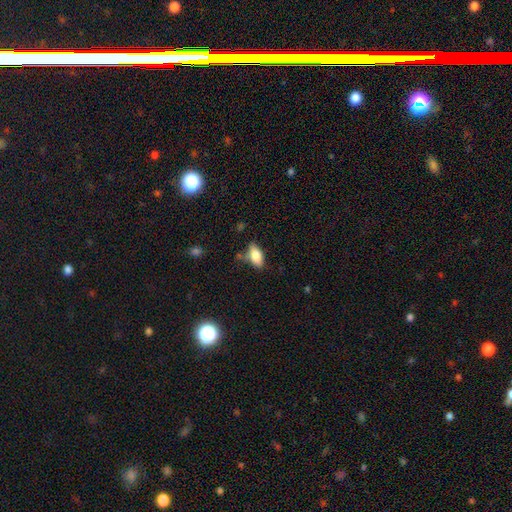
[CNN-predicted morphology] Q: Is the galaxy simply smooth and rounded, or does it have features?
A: smooth — 79%.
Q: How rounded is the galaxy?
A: in between — 88%.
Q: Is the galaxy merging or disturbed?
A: none — 68%.